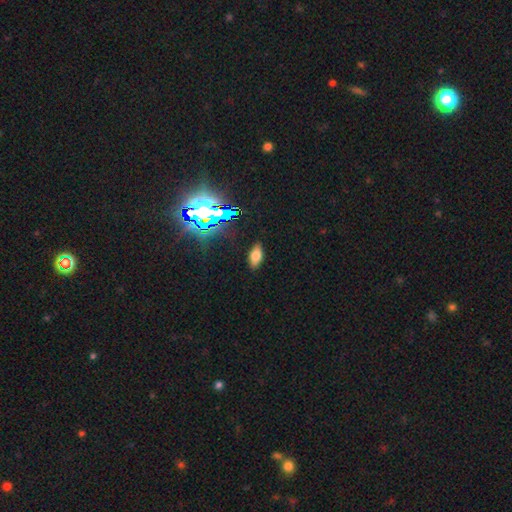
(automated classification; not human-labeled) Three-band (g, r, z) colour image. It shows a smooth galaxy with no disk features (67%) that is in between round and cigar-shaped (89%). Merging: none (87%).